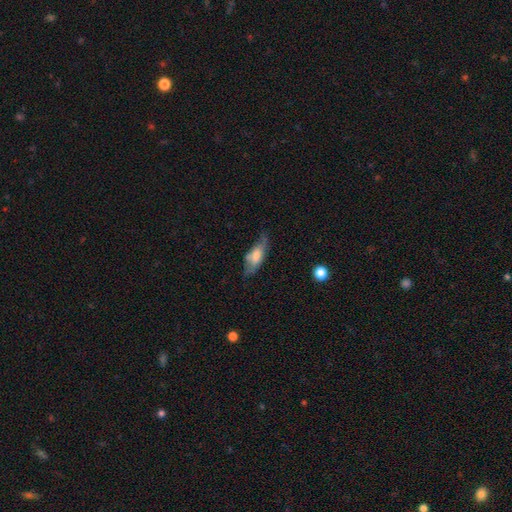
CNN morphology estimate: A smooth galaxy with no disk features (58%) that is in between round and cigar-shaped (69%).

Vote fractions:
- Smooth or featured? smooth: 58% / featured or disk: 35% / star or artifact: 7%
- How rounded? in between: 69% / cigar-shaped: 29% / round: 3%
- Merging? none: 51% / minor disturbance: 32% / major disturbance: 13% / merger: 4%